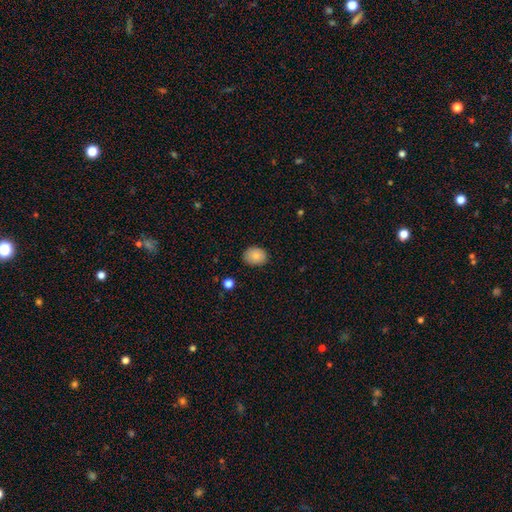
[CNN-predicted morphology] A smooth galaxy with no disk features (84%) that is in between round and cigar-shaped (59%). Merging: none (85%).